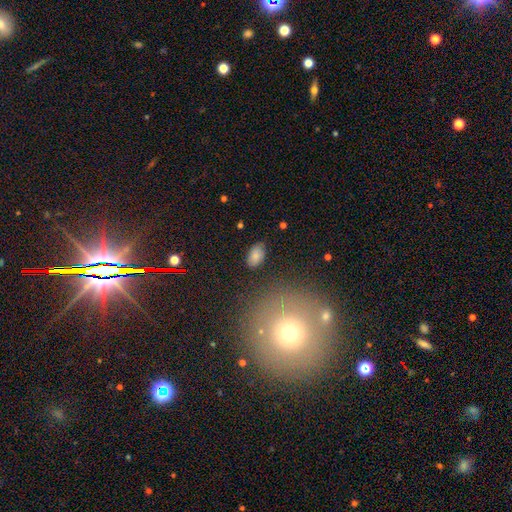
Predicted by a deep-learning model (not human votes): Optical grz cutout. It shows a smooth galaxy with no disk features (79%) that is in between round and cigar-shaped (91%). Merging: none (81%).